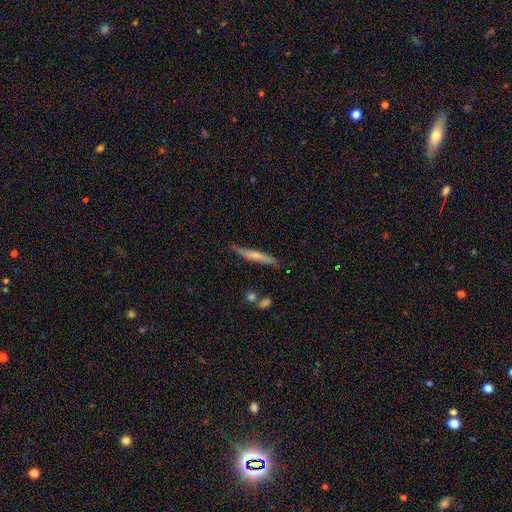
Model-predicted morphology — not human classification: smooth 49%, featured or disk 44%, star or artifact 7%. Down the decision tree: merging — none (75%).